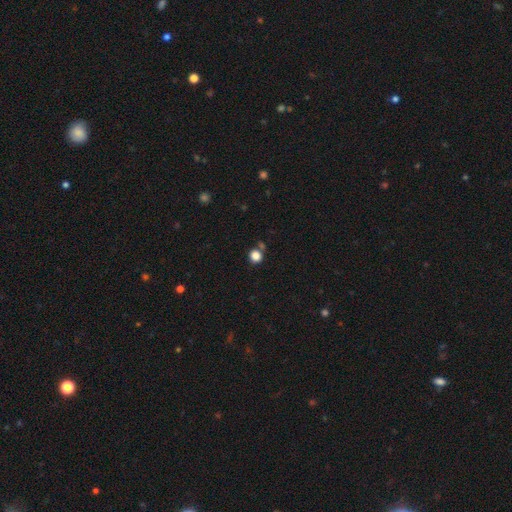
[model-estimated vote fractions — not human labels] A smooth galaxy with no disk features (83%) that is round (88%).

Vote fractions:
- Smooth or featured? smooth: 83% / star or artifact: 13% / featured or disk: 4%
- How rounded? round: 88% / in between: 11% / cigar-shaped: 1%
- Merging? none: 72% / merger: 14% / minor disturbance: 10% / major disturbance: 4%